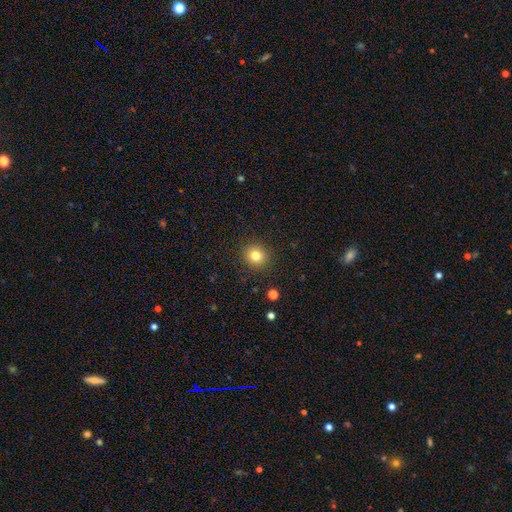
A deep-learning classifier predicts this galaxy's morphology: smooth 81%, star or artifact 12%, featured or disk 7%. Down the decision tree: how rounded — round (90%); merging — none (91%).